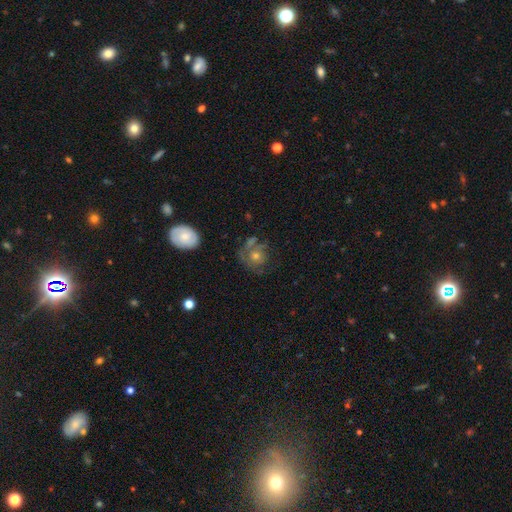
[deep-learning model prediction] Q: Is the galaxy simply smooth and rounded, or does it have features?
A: featured or disk — 50%.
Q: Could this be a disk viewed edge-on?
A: no — 96%.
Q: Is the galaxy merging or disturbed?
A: none — 62%.